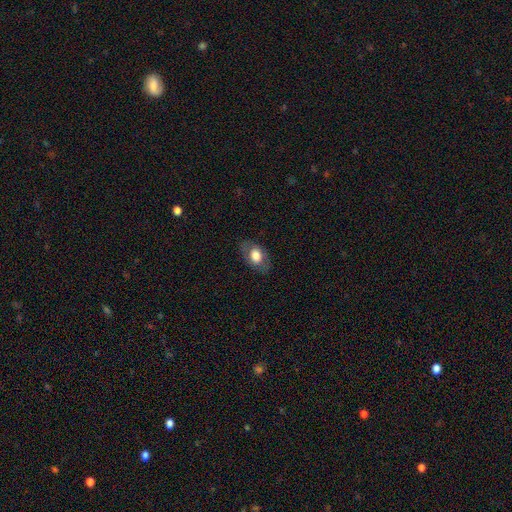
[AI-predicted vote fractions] Q: Smooth or featured?
A: smooth (68%); runner-up: featured or disk (25%)
Q: How rounded?
A: in between (86%); runner-up: round (13%)
Q: Merging?
A: none (79%); runner-up: minor disturbance (15%)